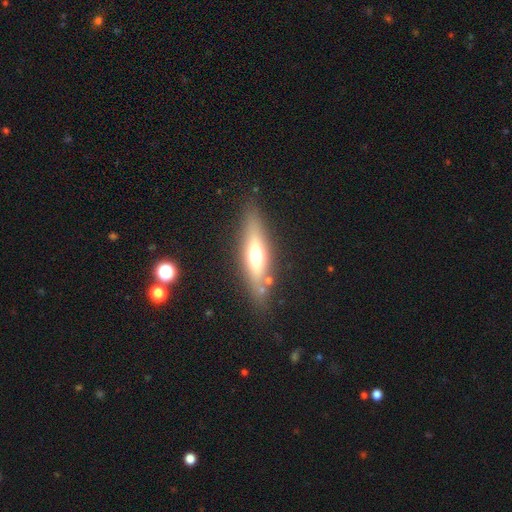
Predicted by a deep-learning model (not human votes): Smooth or featured: featured or disk — 48% (smooth — 43%)
Merging: none — 81% (minor disturbance — 11%)